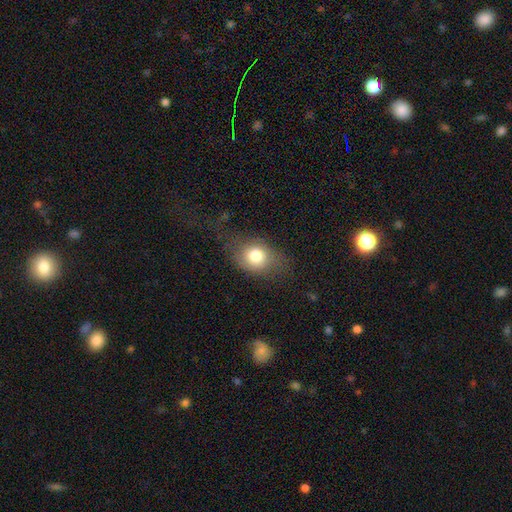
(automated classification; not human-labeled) Morphology: type=smooth (76%); roundness=in between (50%); merging=none (56%).